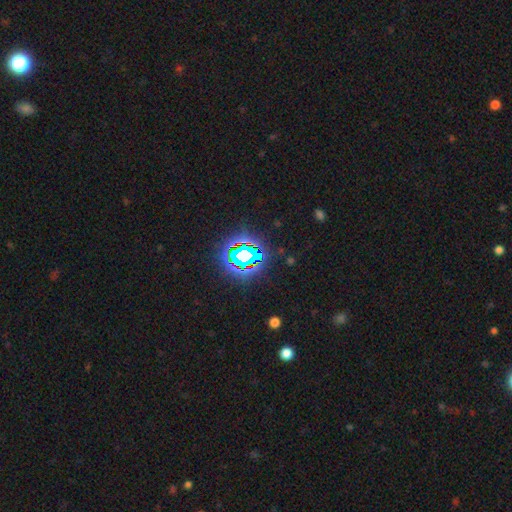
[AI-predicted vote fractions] Smooth or featured: star or artifact — 83% (smooth — 11%)